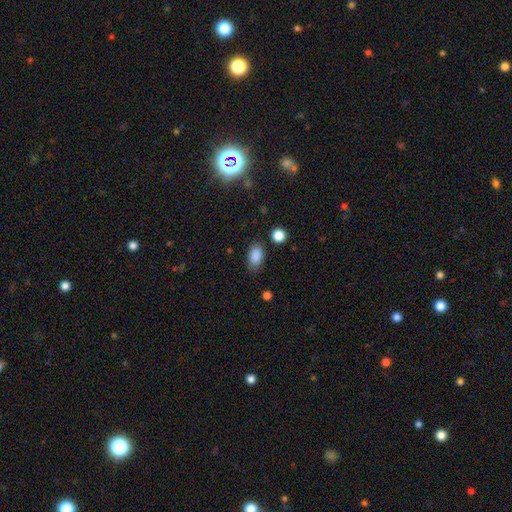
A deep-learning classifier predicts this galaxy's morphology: A smooth galaxy with no disk features (88%) that is in between round and cigar-shaped (90%).

Vote fractions:
- Smooth or featured? smooth: 88% / star or artifact: 9% / featured or disk: 4%
- How rounded? in between: 90% / round: 8% / cigar-shaped: 2%
- Merging? none: 79% / minor disturbance: 15% / major disturbance: 4% / merger: 2%